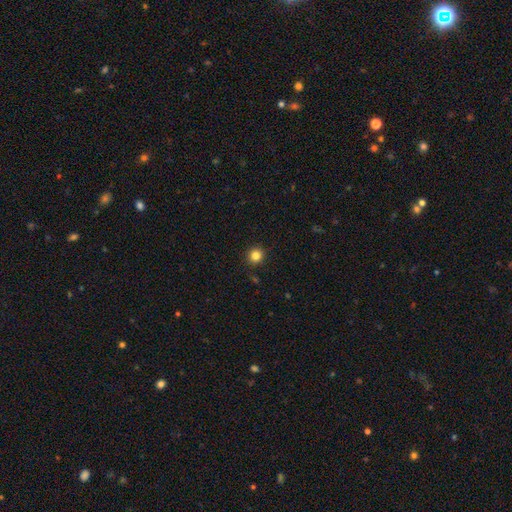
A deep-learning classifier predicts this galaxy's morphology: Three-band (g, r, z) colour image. It shows a smooth galaxy with no disk features (83%) that is round (92%). Merging: none (91%).